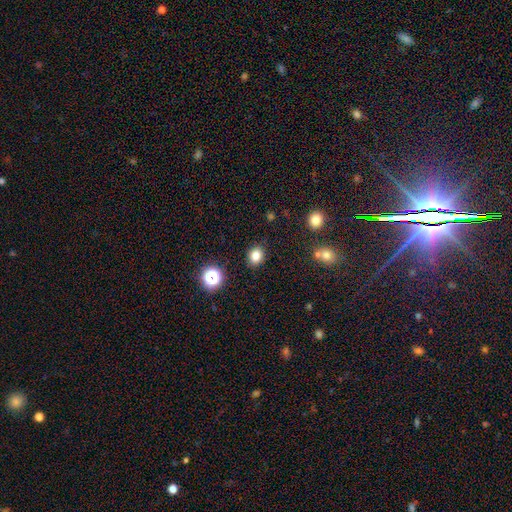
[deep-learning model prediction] Morphology: type=smooth (81%); roundness=round (57%); merging=none (88%).